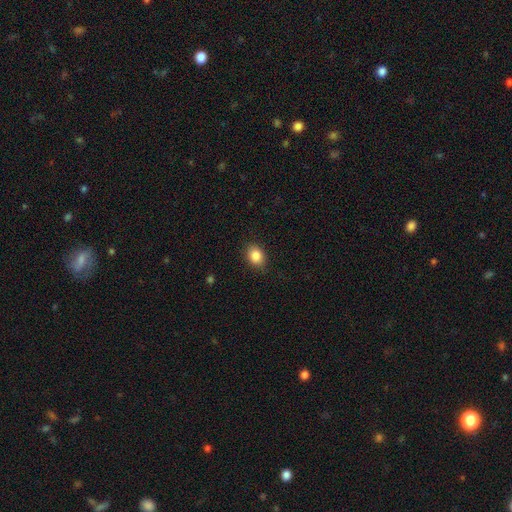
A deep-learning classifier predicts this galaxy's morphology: Smooth or featured: smooth — 87% (star or artifact — 9%)
How rounded: in between — 67% (round — 32%)
Merging: none — 87% (minor disturbance — 9%)